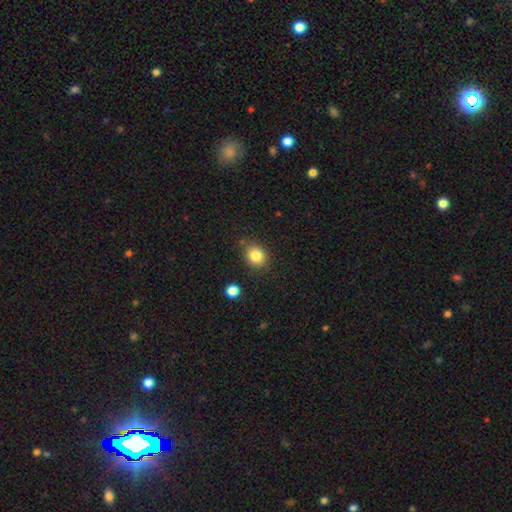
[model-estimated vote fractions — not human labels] This appears to be a smooth galaxy with no disk features (84%) that is round (68%). Merging: none (81%).